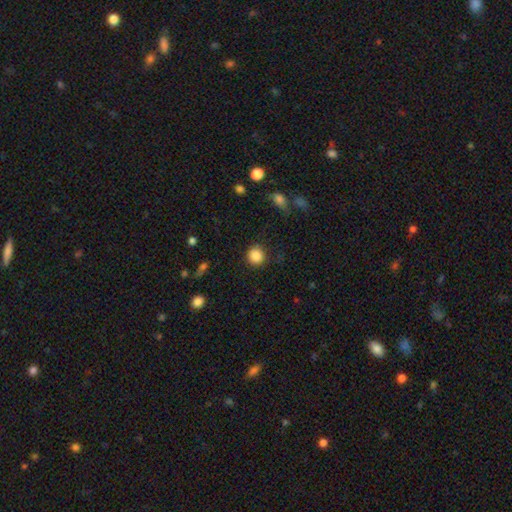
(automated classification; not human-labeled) smooth_or_featured: smooth (p=0.87) [alt: star or artifact p=0.10]
how_rounded: round (p=0.90) [alt: in between p=0.09]
merging: none (p=0.87) [alt: minor disturbance p=0.08]